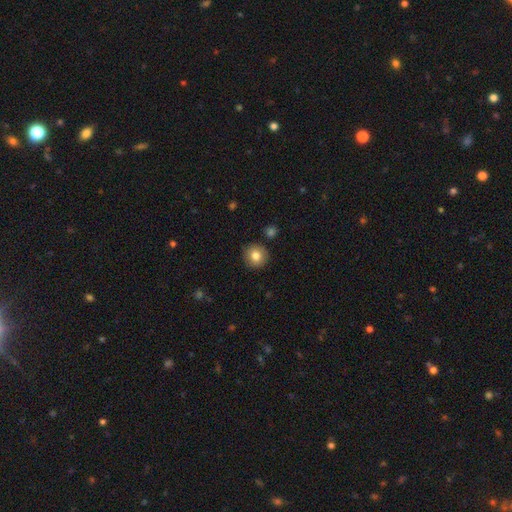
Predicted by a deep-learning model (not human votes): This appears to be a smooth galaxy with no disk features (82%) that is round (92%). Merging: none (89%).